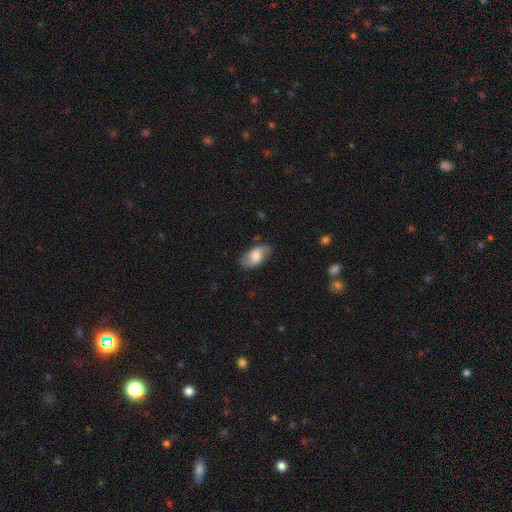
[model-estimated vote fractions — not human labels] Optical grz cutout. It shows a featured or disk galaxy (47%). Merging: none (77%).